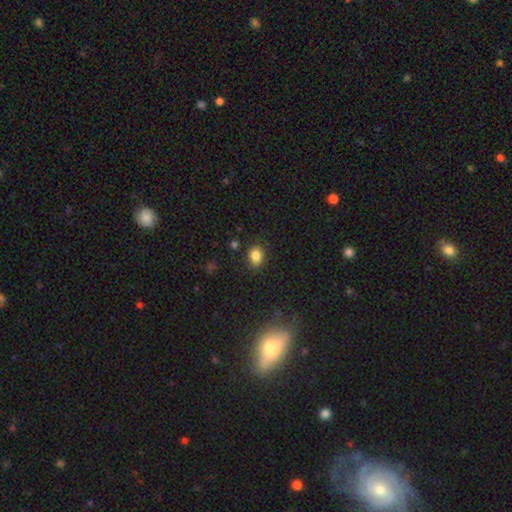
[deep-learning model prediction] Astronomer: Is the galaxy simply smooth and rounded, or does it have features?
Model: smooth — 84%.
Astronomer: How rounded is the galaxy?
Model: in between — 61% (runner-up: round, 38%).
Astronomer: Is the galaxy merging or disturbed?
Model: none — 86%.